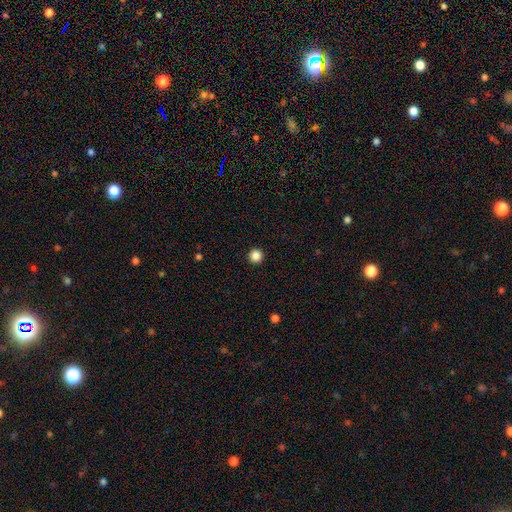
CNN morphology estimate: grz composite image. It shows a smooth galaxy with no disk features (86%) that is round (97%). Merging: none (94%).